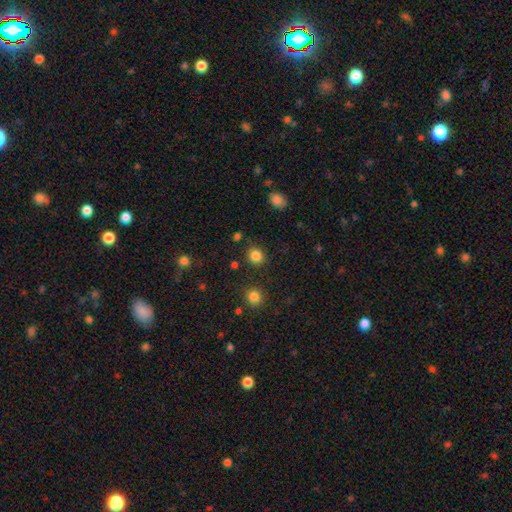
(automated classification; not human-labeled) A smooth galaxy with no disk features (84%) that is round (81%). Merging: none (87%).